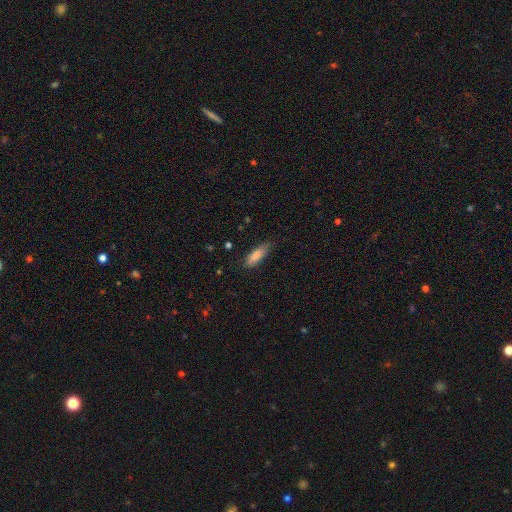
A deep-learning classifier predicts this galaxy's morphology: Smooth or featured?
  - smooth: 85% *
  - featured or disk: 9%
  - star or artifact: 6%
How rounded?
  - in between: 54% *
  - cigar-shaped: 45%
  - round: 2%
Merging?
  - none: 76% *
  - minor disturbance: 19%
  - major disturbance: 4%
  - merger: 1%